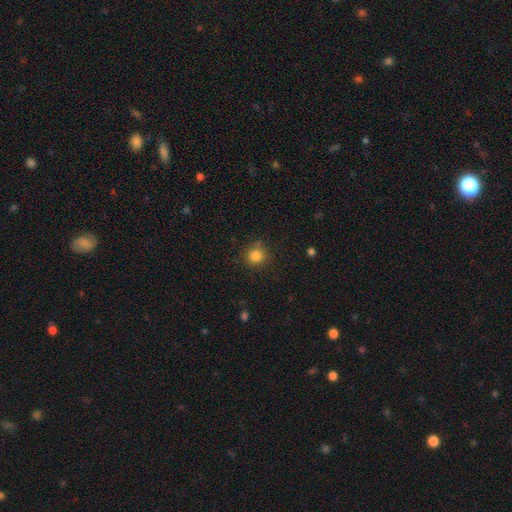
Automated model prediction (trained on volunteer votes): Smooth or featured? Predicted: smooth (p=0.83). How rounded? Predicted: round (p=0.91). Merging? Predicted: none (p=0.80).